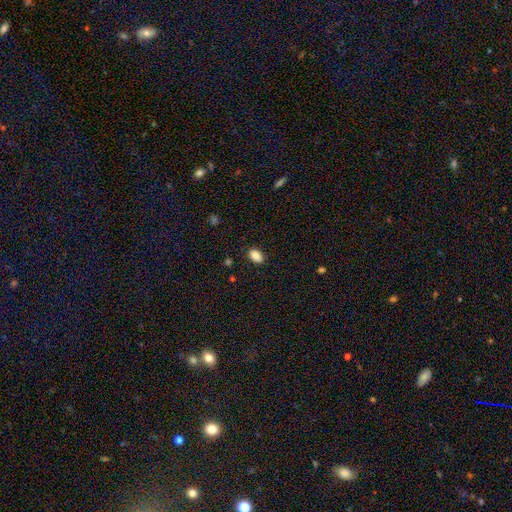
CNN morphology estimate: smooth_or_featured: smooth (p=0.88) [alt: star or artifact p=0.08]
how_rounded: in between (p=0.88) [alt: round p=0.10]
merging: none (p=0.86) [alt: minor disturbance p=0.10]